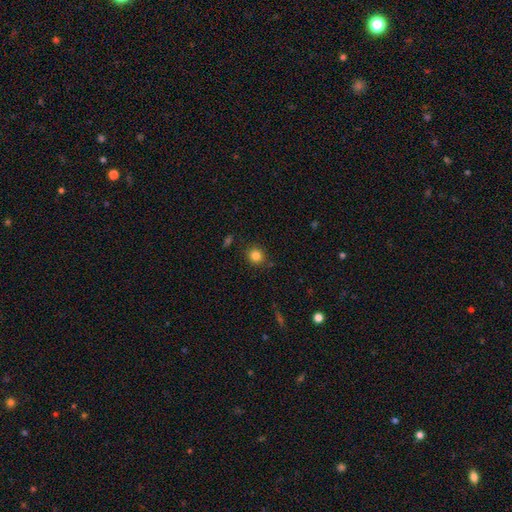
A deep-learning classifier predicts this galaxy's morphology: smooth 83%, star or artifact 12%, featured or disk 5%. Down the decision tree: how rounded — round (89%); merging — none (87%).